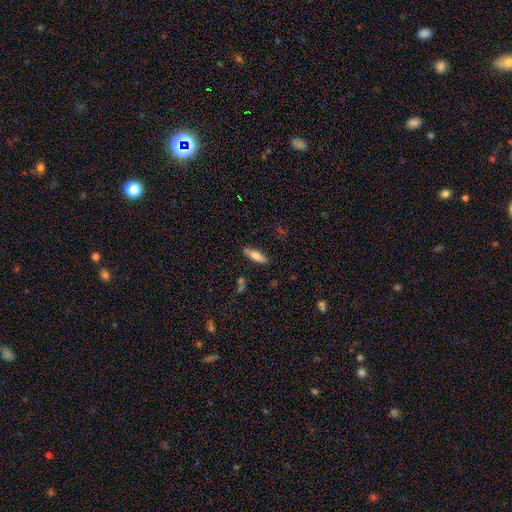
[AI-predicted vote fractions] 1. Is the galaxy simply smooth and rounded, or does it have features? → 69% smooth, 24% featured or disk, 7% star or artifact.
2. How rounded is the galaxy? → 54% cigar-shaped, 44% in between, 2% round.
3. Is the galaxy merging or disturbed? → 84% none, 11% minor disturbance, 3% major disturbance, 2% merger.